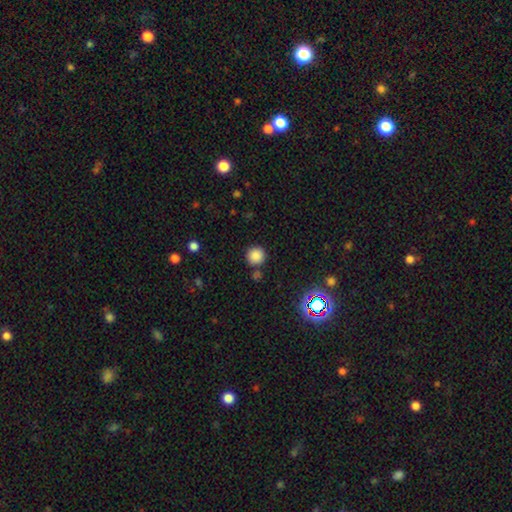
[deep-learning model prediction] Smooth or featured: smooth — 84% (star or artifact — 12%)
How rounded: round — 94% (in between — 5%)
Merging: none — 82% (minor disturbance — 8%)